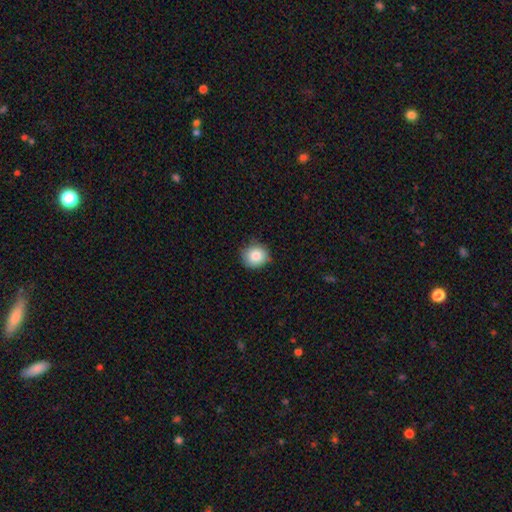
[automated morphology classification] A smooth galaxy with no disk features (84%) that is round (89%).

Vote fractions:
- Smooth or featured? smooth: 84% / star or artifact: 9% / featured or disk: 6%
- How rounded? round: 89% / in between: 10% / cigar-shaped: 1%
- Merging? none: 82% / minor disturbance: 14% / major disturbance: 2% / merger: 1%